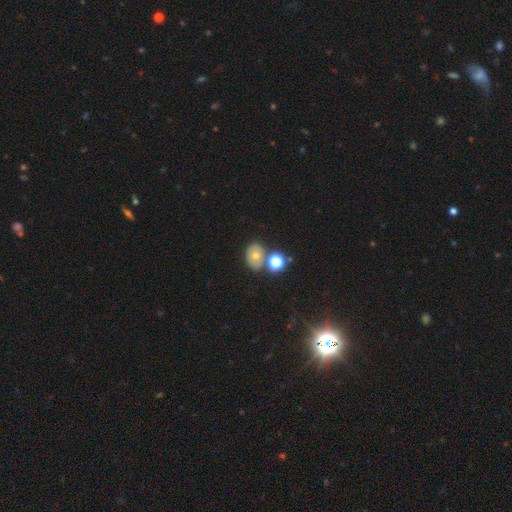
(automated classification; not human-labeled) smooth_or_featured: smooth (p=0.62) [alt: featured or disk p=0.22]
how_rounded: in between (p=0.61) [alt: round p=0.38]
merging: none (p=0.63) [alt: merger p=0.20]